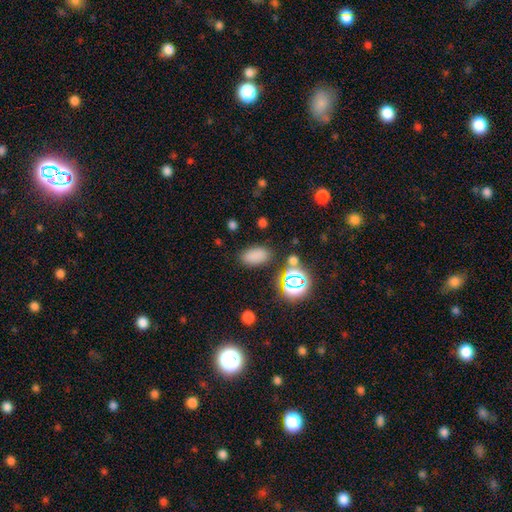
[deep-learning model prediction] smooth_or_featured: smooth (p=0.76) [alt: star or artifact p=0.18]
how_rounded: in between (p=0.91) [alt: round p=0.07]
merging: none (p=0.82) [alt: minor disturbance p=0.10]